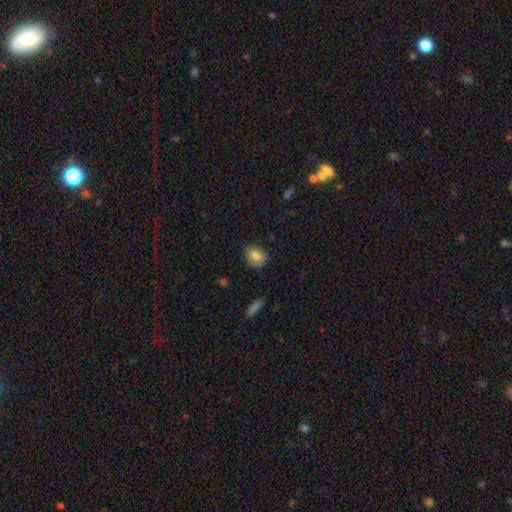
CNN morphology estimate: Smooth or featured: smooth — 77% (featured or disk — 15%)
How rounded: round — 58% (in between — 41%)
Merging: none — 80% (minor disturbance — 16%)